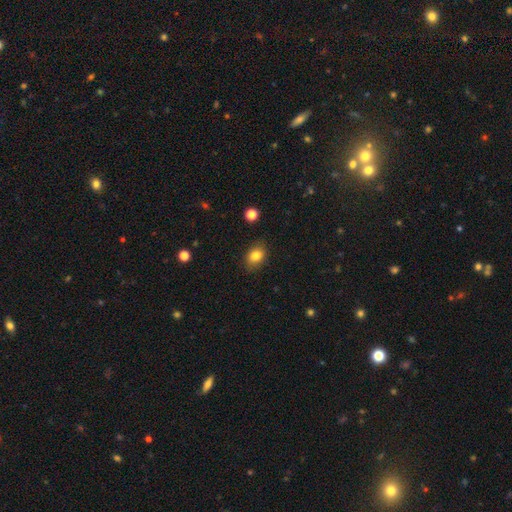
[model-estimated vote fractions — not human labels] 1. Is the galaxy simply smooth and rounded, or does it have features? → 83% smooth, 10% star or artifact, 7% featured or disk.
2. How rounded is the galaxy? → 69% in between, 30% round, 1% cigar-shaped.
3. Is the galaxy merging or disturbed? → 84% none, 12% minor disturbance, 3% major disturbance, 1% merger.